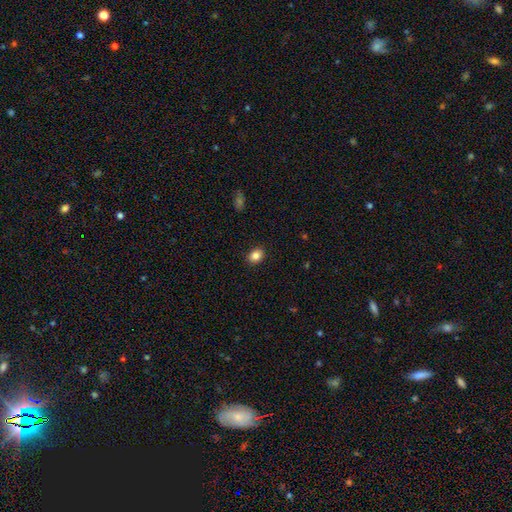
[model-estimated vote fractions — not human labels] Morphology: type=smooth (85%); roundness=in between (64%); merging=none (90%).